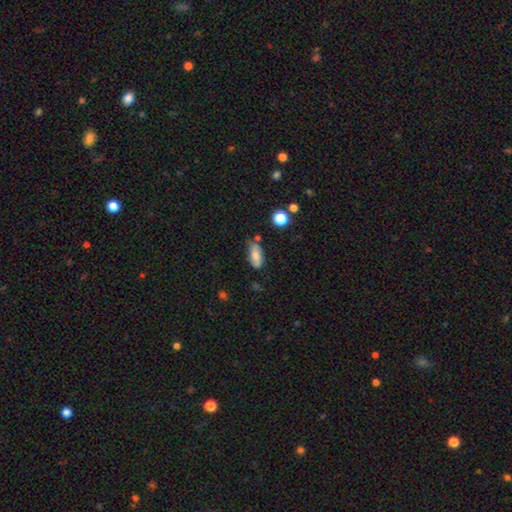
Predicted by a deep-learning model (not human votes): Q: Smooth or featured?
A: smooth (76%); runner-up: featured or disk (15%)
Q: How rounded?
A: in between (85%); runner-up: cigar-shaped (11%)
Q: Merging?
A: none (59%); runner-up: minor disturbance (28%)